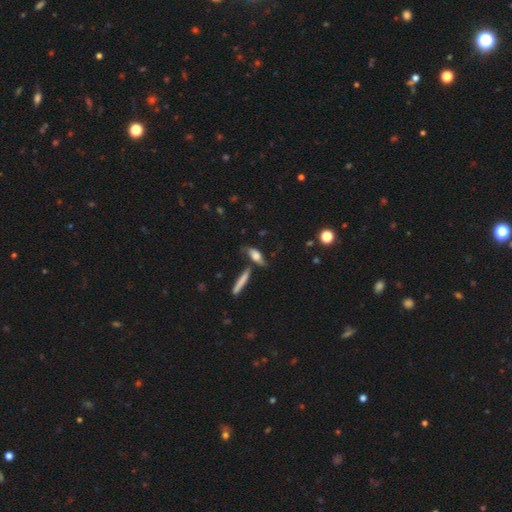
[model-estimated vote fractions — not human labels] Q: Smooth or featured?
A: smooth (49%); runner-up: featured or disk (41%)
Q: Merging?
A: none (55%); runner-up: minor disturbance (21%)